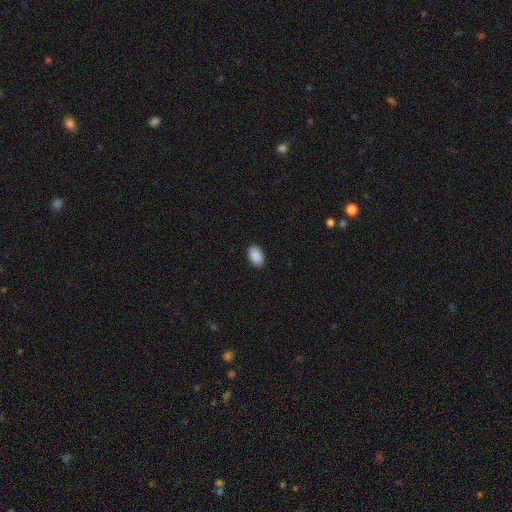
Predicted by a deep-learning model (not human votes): This appears to be a smooth galaxy with no disk features (91%) that is in between round and cigar-shaped (90%). Merging: none (90%).